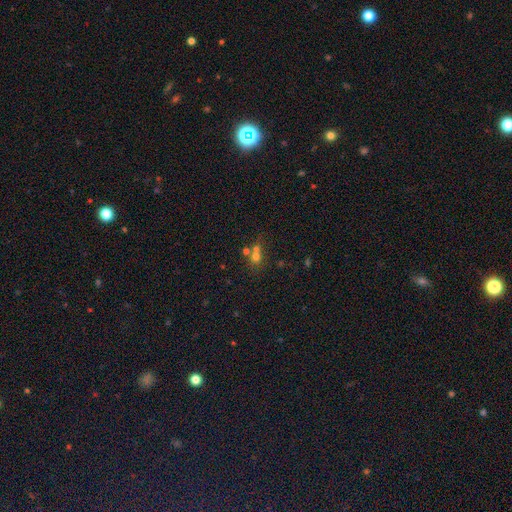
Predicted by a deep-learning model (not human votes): A smooth galaxy with no disk features (62%) that is round (79%). Merging: merger (50%).